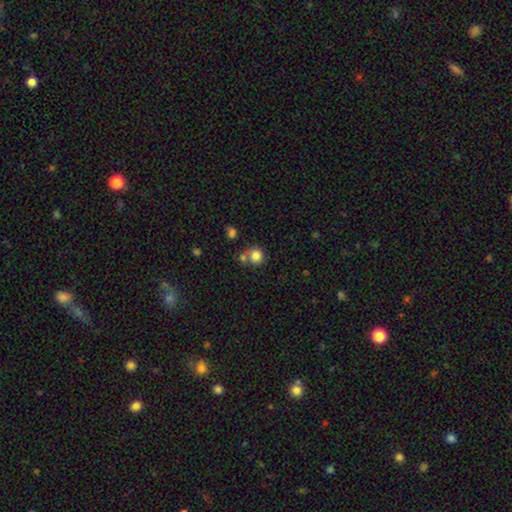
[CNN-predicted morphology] Smooth or featured?
  - smooth: 81% *
  - star or artifact: 10%
  - featured or disk: 9%
How rounded?
  - round: 83% *
  - in between: 16%
  - cigar-shaped: 1%
Merging?
  - none: 51% *
  - merger: 30%
  - minor disturbance: 13%
  - major disturbance: 5%